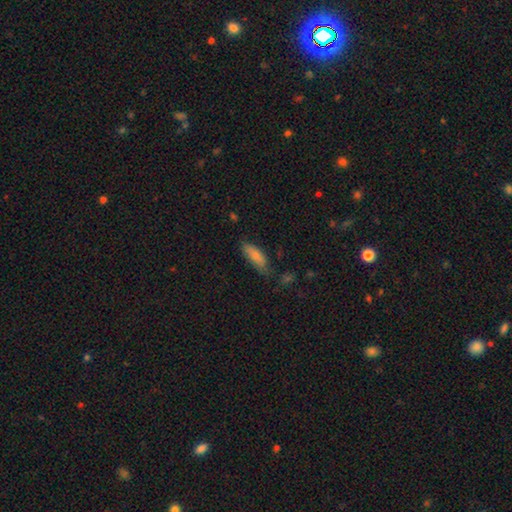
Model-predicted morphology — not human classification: A smooth galaxy with no disk features (80%) that is in between round and cigar-shaped (67%). Merging: none (60%).